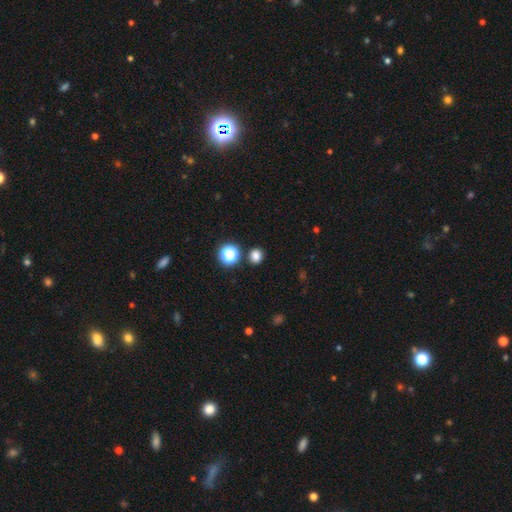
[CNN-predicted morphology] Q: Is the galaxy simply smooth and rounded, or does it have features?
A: smooth — 79%.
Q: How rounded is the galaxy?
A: round — 79%.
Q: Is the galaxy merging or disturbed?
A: none — 85%.